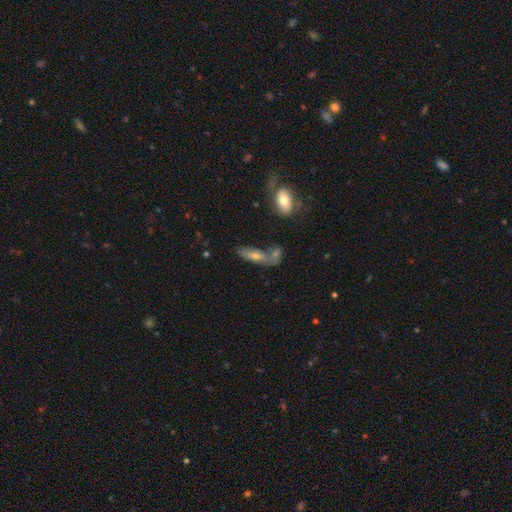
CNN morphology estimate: type=smooth (48%); merging=none (40%).